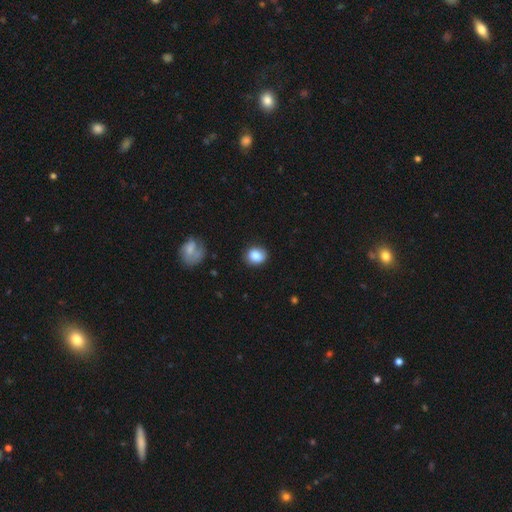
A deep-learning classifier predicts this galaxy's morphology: Smooth or featured: smooth — 85% (star or artifact — 8%)
How rounded: round — 65% (in between — 34%)
Merging: none — 83% (minor disturbance — 13%)